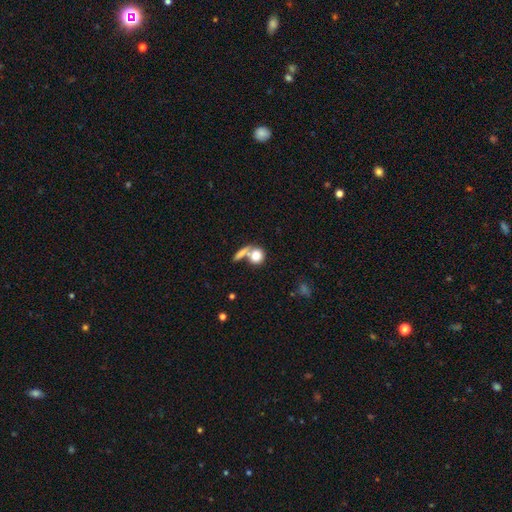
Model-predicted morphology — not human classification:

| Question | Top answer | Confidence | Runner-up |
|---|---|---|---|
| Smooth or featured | smooth | 77% | featured or disk (14%) |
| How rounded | round | 74% | in between (22%) |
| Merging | none | 42% | merger (41%) |